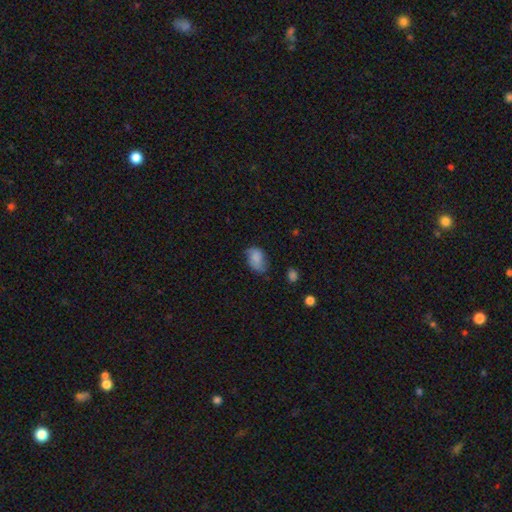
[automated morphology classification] Smooth or featured: smooth — 76% (featured or disk — 15%)
How rounded: in between — 83% (round — 16%)
Merging: none — 55% (minor disturbance — 33%)